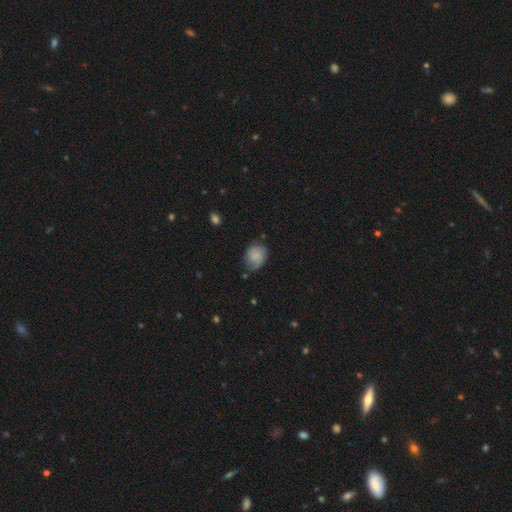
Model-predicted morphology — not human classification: smooth 62%, featured or disk 28%, star or artifact 9%. Down the decision tree: how rounded — in between (50%); merging — none (61%).